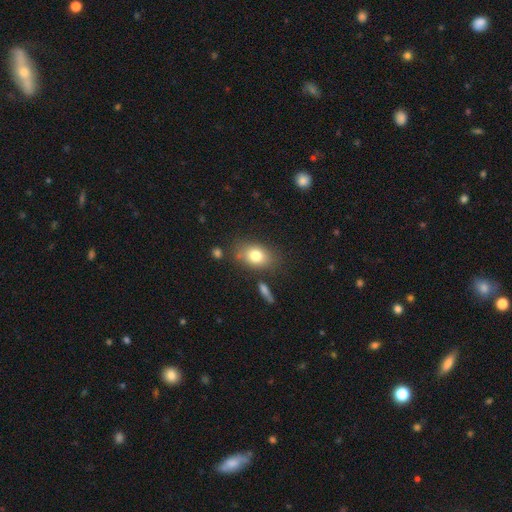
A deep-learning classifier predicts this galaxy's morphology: Smooth or featured?
  - smooth: 78% *
  - featured or disk: 13%
  - star or artifact: 9%
How rounded?
  - in between: 73% *
  - round: 26%
  - cigar-shaped: 2%
Merging?
  - none: 73% *
  - minor disturbance: 16%
  - merger: 6%
  - major disturbance: 5%